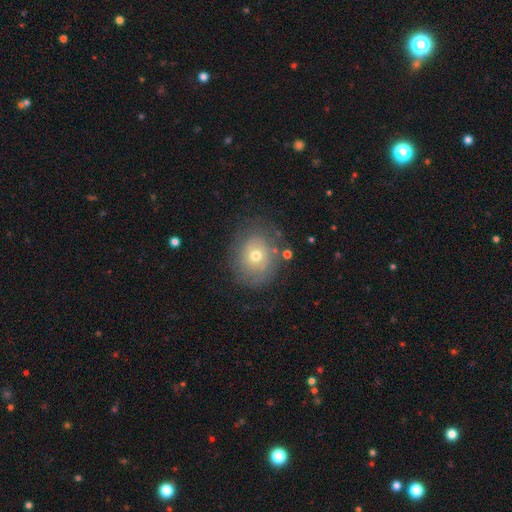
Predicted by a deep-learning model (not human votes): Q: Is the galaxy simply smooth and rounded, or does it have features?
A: smooth — 50%.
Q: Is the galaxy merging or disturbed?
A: none — 72%.